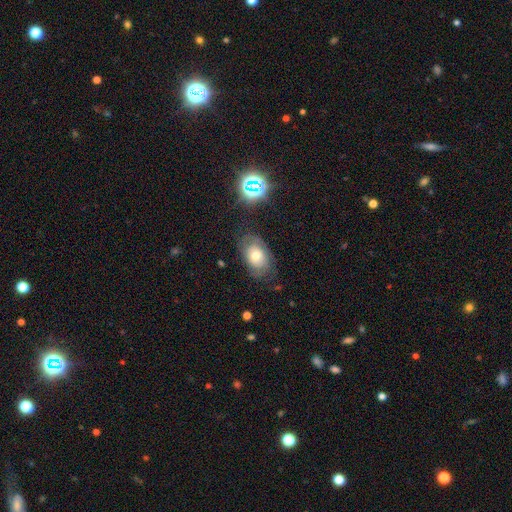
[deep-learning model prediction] Smooth or featured?
  - smooth: 49% *
  - featured or disk: 38%
  - star or artifact: 13%
Merging?
  - none: 68% *
  - minor disturbance: 21%
  - major disturbance: 10%
  - merger: 2%